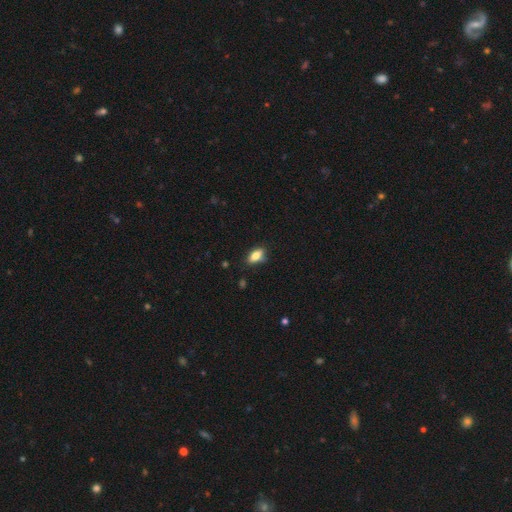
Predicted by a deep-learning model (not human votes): This is likely a smooth galaxy (79%). How rounded: clearly in between (84%). Merging: likely none (76%).